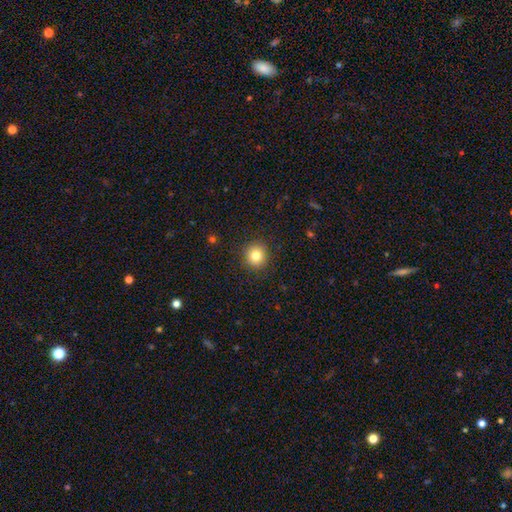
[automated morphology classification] A smooth galaxy with no disk features (82%) that is round (92%). Merging: none (90%).